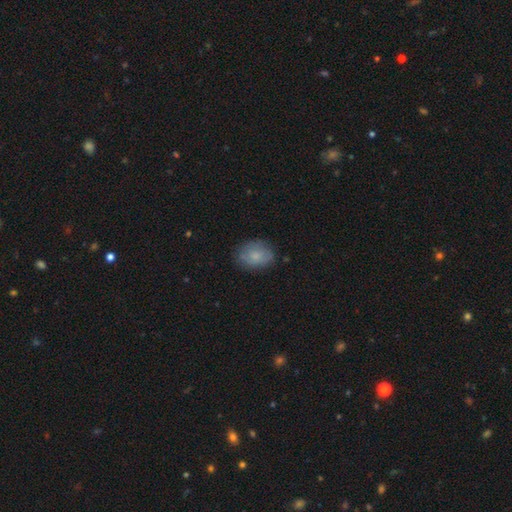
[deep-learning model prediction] Morphology: type=smooth (74%); roundness=in between (68%); merging=none (77%).